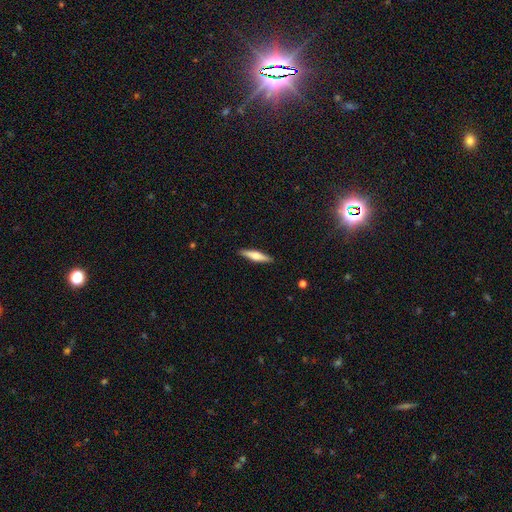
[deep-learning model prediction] The model was most divided on "smooth or featured": smooth: 50%, featured or disk: 44%, star or artifact: 6%. More confident: merging — none (90%); how rounded — cigar-shaped (83%).